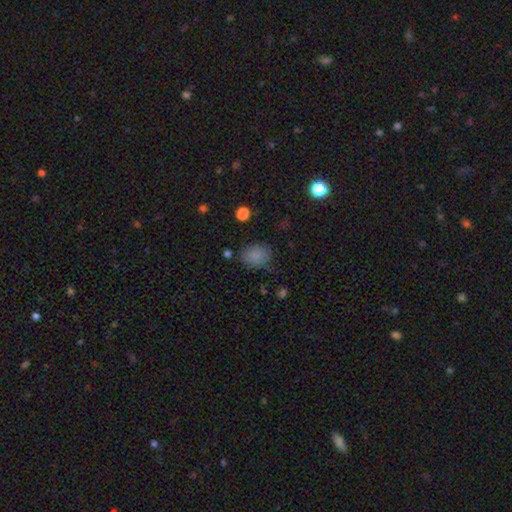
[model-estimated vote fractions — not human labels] smooth 83%, star or artifact 11%, featured or disk 6%. Down the decision tree: how rounded — in between (56%); merging — none (73%).